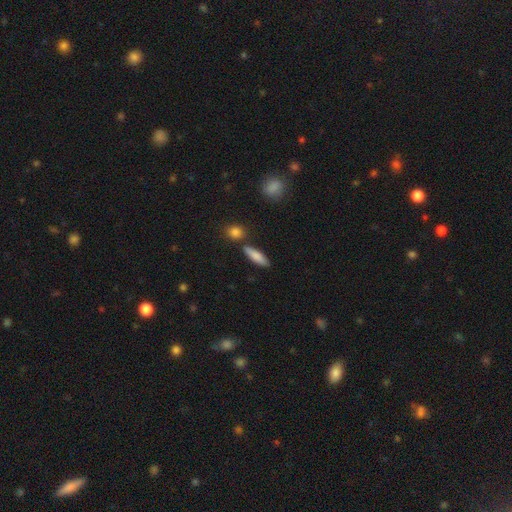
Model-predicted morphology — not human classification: smooth-or-featured: smooth: 81% | featured or disk: 12% | star or artifact: 6%
  how-rounded: cigar-shaped: 55% | in between: 42% | round: 3%
  merging: none: 78% | minor disturbance: 11% | merger: 8% | major disturbance: 3%